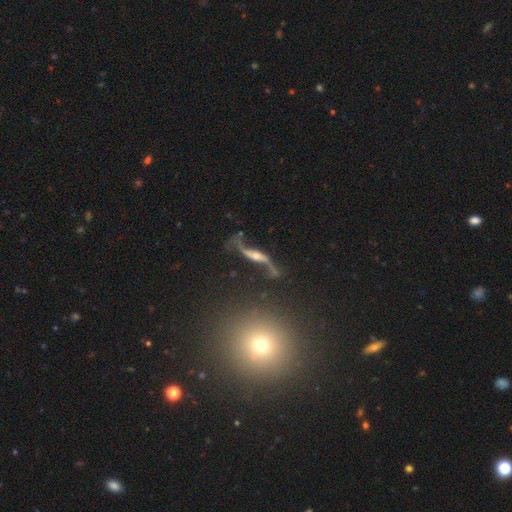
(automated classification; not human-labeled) Smooth or featured: featured or disk — 87% (star or artifact — 7%)
Edge-on disk: no — 79% (yes — 21%)
Bar: no — 44% (weak — 33%)
Spiral arms: yes — 95% (no — 5%)
Spiral winding: loose — 94% (medium — 4%)
Spiral arm count: 2 — 93% (1 — 3%)
Bulge size: small — 42% (moderate — 37%)
Merging: none — 63% (minor disturbance — 17%)